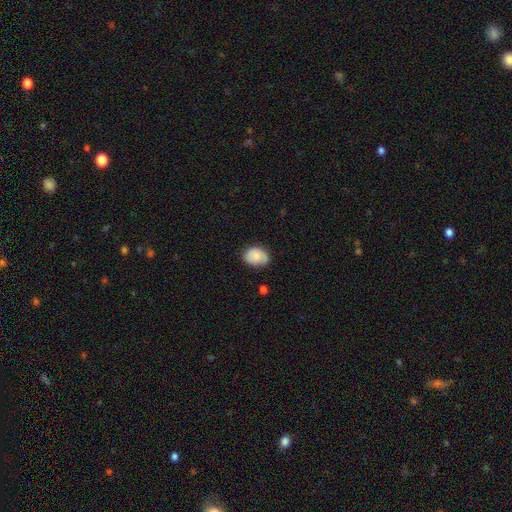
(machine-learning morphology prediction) This appears to be a smooth galaxy with no disk features (75%) that is in between round and cigar-shaped (67%). Merging: none (71%).